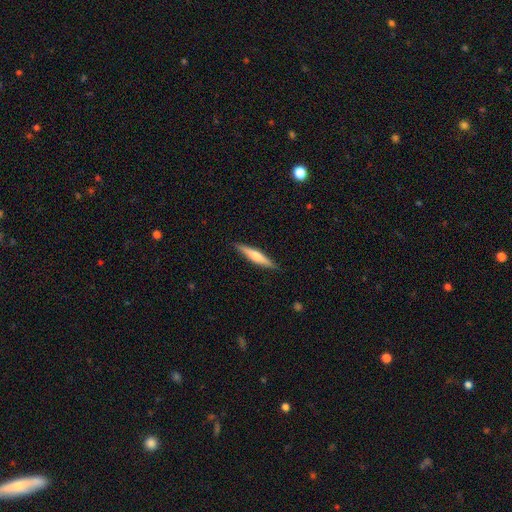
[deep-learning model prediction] This appears to be a featured or disk galaxy (48%). Merging: none (90%).